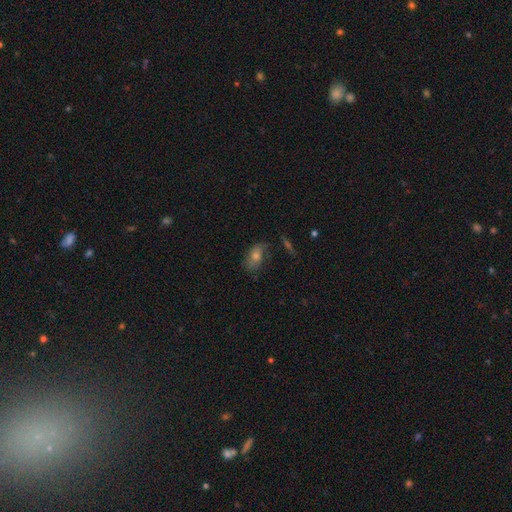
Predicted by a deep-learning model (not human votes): This appears to be a smooth galaxy with no disk features (54%) that is in between round and cigar-shaped (82%). Merging: none (65%).